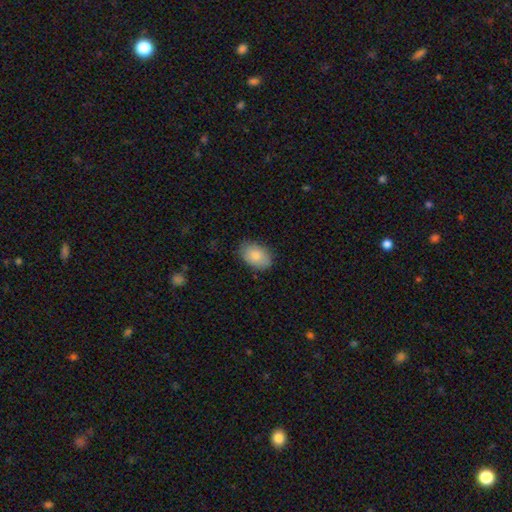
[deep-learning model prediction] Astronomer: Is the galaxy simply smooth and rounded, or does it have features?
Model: smooth — 86%.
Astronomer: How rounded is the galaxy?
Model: in between — 88%.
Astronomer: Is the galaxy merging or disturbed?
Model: none — 83%.